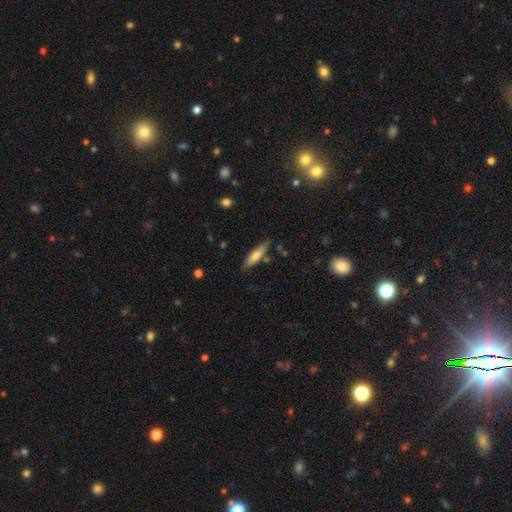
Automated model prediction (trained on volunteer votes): A smooth galaxy with no disk features (65%) that is cigar-shaped (69%).

Vote fractions:
- Smooth or featured? smooth: 65% / featured or disk: 29% / star or artifact: 6%
- How rounded? cigar-shaped: 69% / in between: 29% / round: 2%
- Merging? none: 76% / minor disturbance: 17% / merger: 4% / major disturbance: 3%